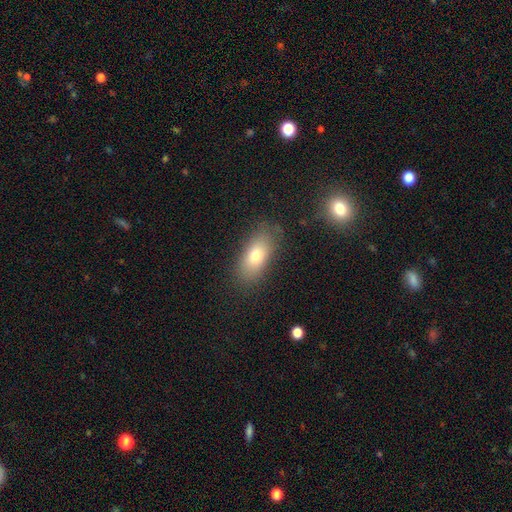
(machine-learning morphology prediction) Overall: smooth (74%). How rounded: in between (84%). Merging: none (82%).